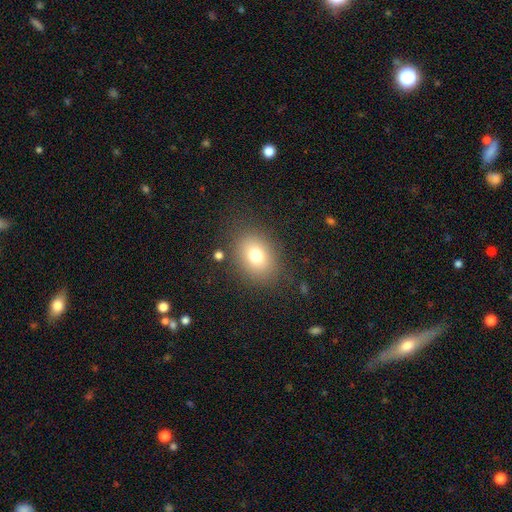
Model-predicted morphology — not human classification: This is likely a smooth galaxy (75%). How rounded: likely in between (61%). Merging: clearly none (82%).